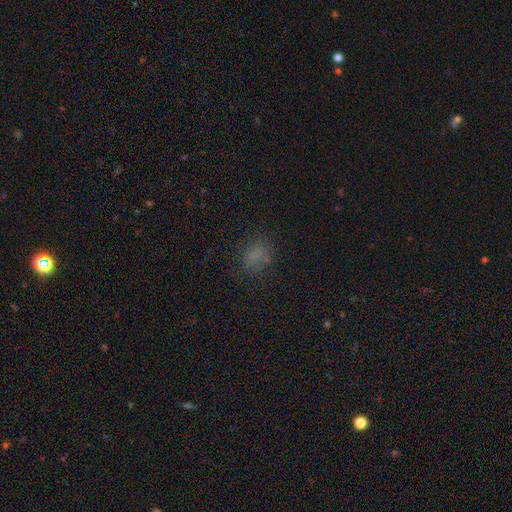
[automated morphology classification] smooth 71%, star or artifact 20%, featured or disk 9%. Down the decision tree: how rounded — in between (66%); merging — none (71%).